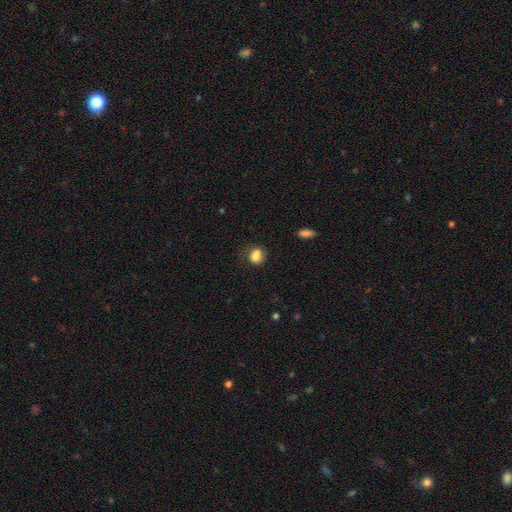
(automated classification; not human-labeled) smooth-or-featured: smooth: 80% | star or artifact: 10% | featured or disk: 10%
  how-rounded: in between: 51% | round: 47% | cigar-shaped: 2%
  merging: none: 52% | minor disturbance: 25% | merger: 13% | major disturbance: 10%